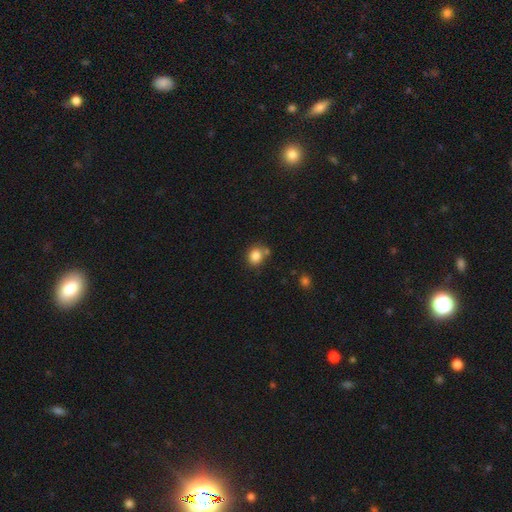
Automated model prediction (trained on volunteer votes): smooth-or-featured: smooth: 84% | star or artifact: 10% | featured or disk: 6%
  how-rounded: round: 68% | in between: 31% | cigar-shaped: 1%
  merging: none: 64% | merger: 17% | minor disturbance: 15% | major disturbance: 4%